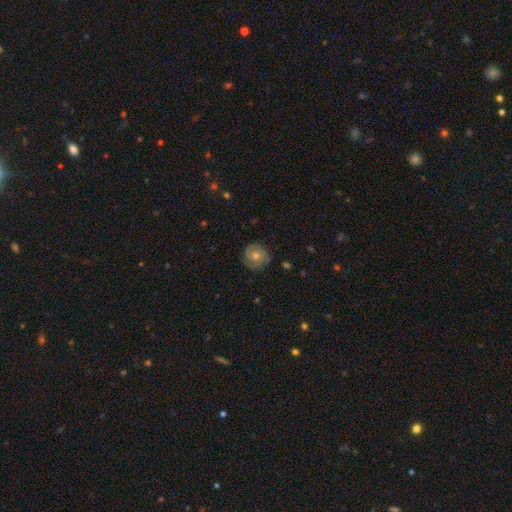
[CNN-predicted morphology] smooth_or_featured: featured or disk (p=0.57) [alt: smooth p=0.33]
disk_edge_on: no (p=0.97) [alt: yes p=0.03]
bar: no (p=0.77) [alt: weak p=0.19]
has_spiral_arms: yes (p=0.78) [alt: no p=0.22]
bulge_size: moderate (p=0.66) [alt: small p=0.29]
merging: none (p=0.84) [alt: minor disturbance p=0.12]